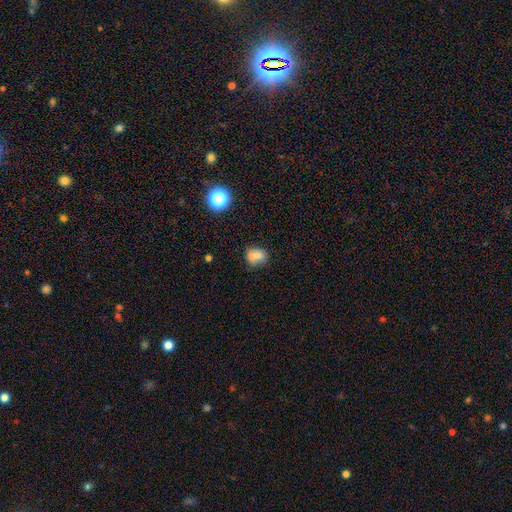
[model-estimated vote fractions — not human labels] Smooth or featured? smooth (71%)
How rounded? round (57%)
Merging? none (45%)